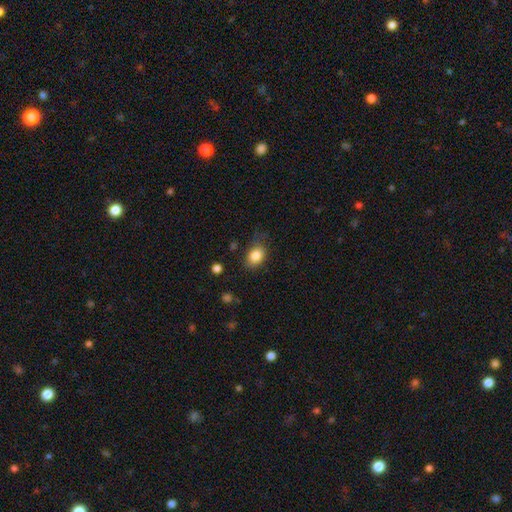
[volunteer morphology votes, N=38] A smooth galaxy with no disk features (84%) that is in between round and cigar-shaped (59%). Merging: none (56%).